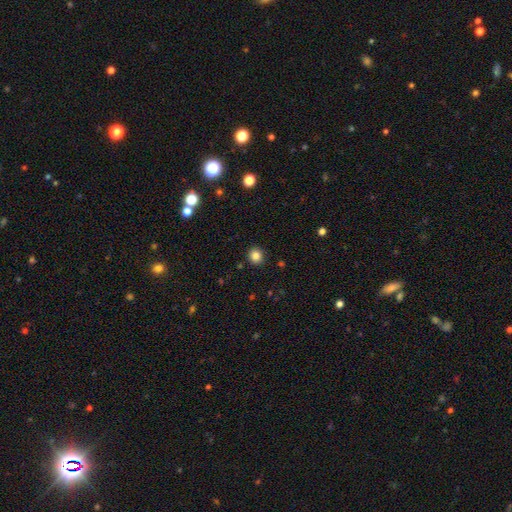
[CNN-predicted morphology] A smooth galaxy with no disk features (83%) that is round (85%). Merging: none (91%).